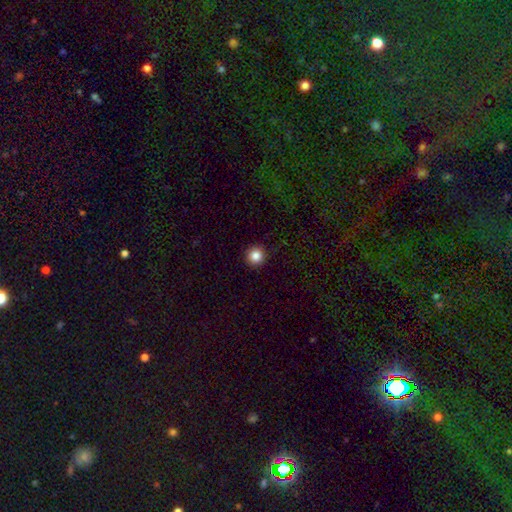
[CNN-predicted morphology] smooth-or-featured: smooth: 85% | star or artifact: 11% | featured or disk: 4%
  how-rounded: round: 95% | in between: 4% | cigar-shaped: 1%
  merging: none: 93% | minor disturbance: 5% | major disturbance: 1% | merger: 1%